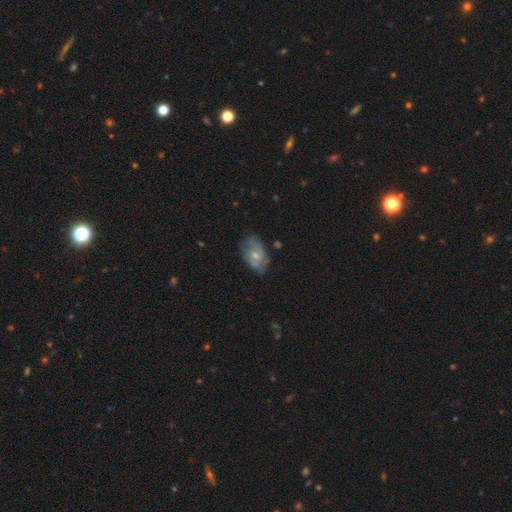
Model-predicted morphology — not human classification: type=featured or disk (47%); merging=none (63%).